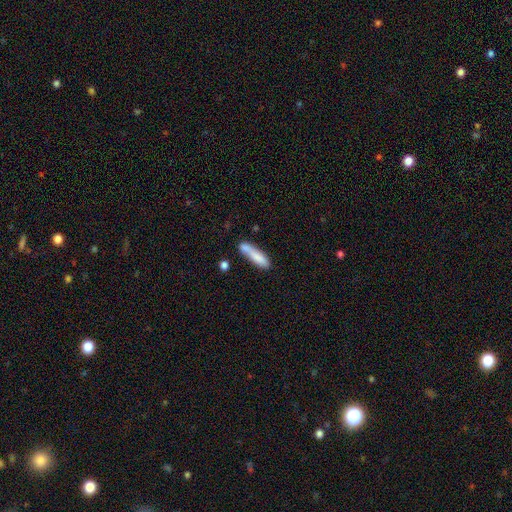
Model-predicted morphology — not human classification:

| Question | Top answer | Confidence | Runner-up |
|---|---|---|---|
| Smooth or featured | smooth | 78% | featured or disk (15%) |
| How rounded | cigar-shaped | 77% | in between (21%) |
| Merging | none | 54% | minor disturbance (21%) |